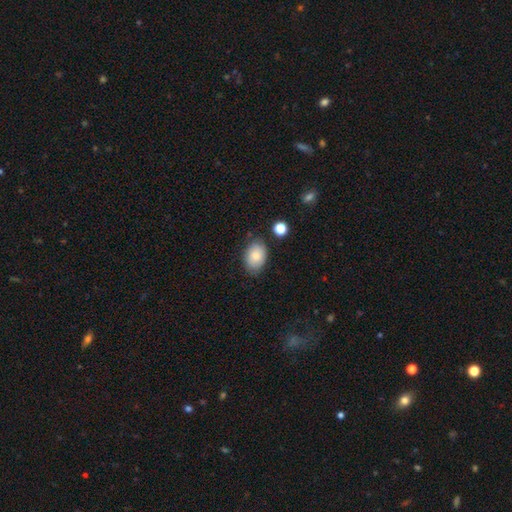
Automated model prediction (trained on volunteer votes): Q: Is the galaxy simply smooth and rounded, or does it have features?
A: smooth — 82%.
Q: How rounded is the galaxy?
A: in between — 82%.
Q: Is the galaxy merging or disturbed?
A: none — 78%.